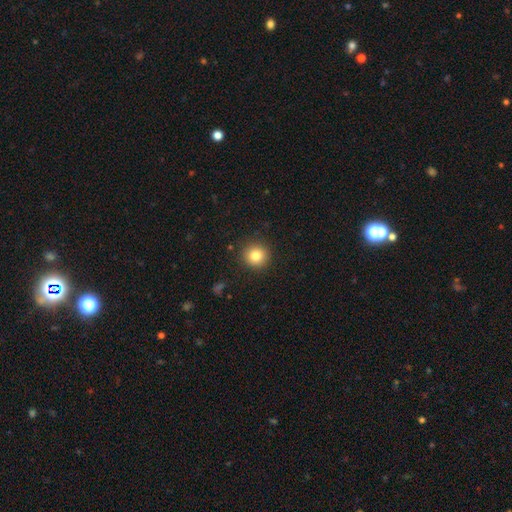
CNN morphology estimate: Smooth or featured? Predicted: smooth (p=0.83). How rounded? Predicted: round (p=0.93). Merging? Predicted: none (p=0.91).